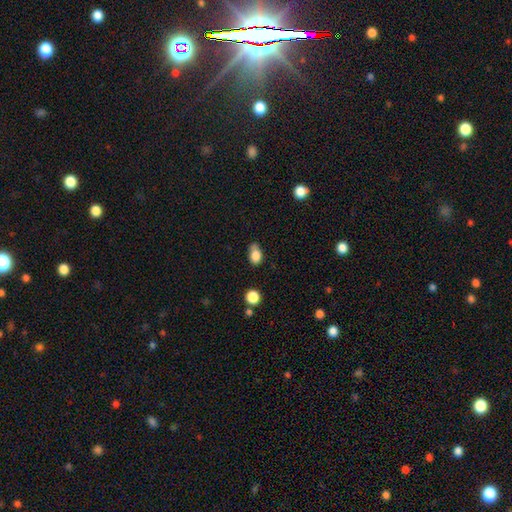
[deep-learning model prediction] A smooth galaxy with no disk features (83%) that is in between round and cigar-shaped (72%). Merging: none (49%).